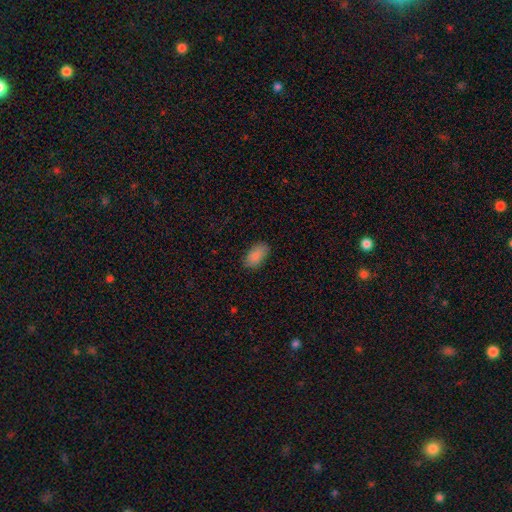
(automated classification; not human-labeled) Overall: smooth (88%). How rounded: in between (93%). Merging: none (83%).